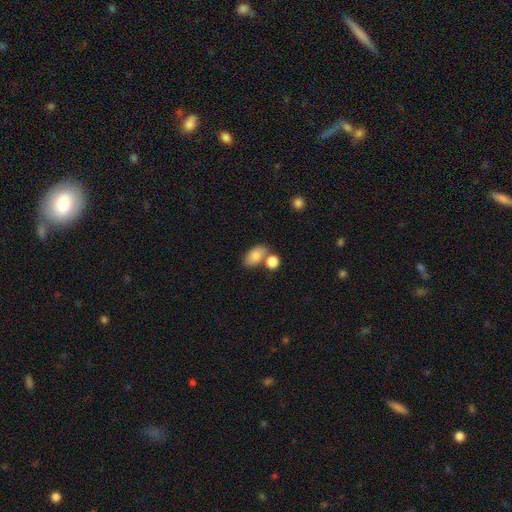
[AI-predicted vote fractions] Smooth or featured? smooth (81%)
How rounded? in between (87%)
Merging? none (54%)